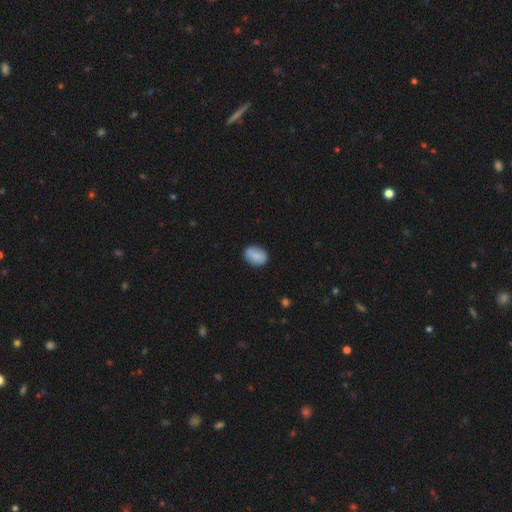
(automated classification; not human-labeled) Smooth or featured?
  - smooth: 84% *
  - featured or disk: 9%
  - star or artifact: 7%
How rounded?
  - in between: 76% *
  - round: 23%
  - cigar-shaped: 1%
Merging?
  - none: 84% *
  - minor disturbance: 12%
  - major disturbance: 2%
  - merger: 1%